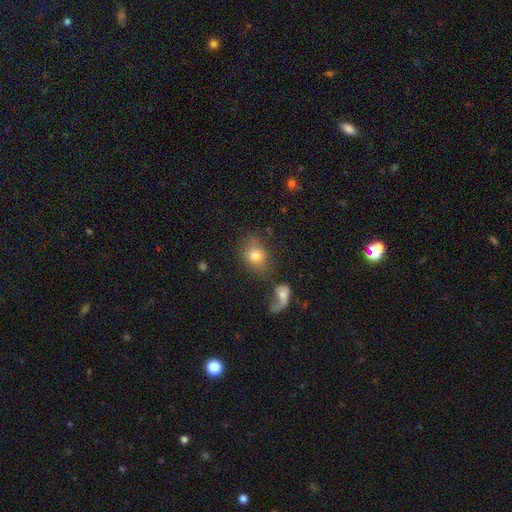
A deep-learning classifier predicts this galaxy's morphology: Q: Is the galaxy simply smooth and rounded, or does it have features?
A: smooth — 76%.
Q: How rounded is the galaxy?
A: round — 52%.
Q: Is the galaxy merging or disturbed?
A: none — 54%.